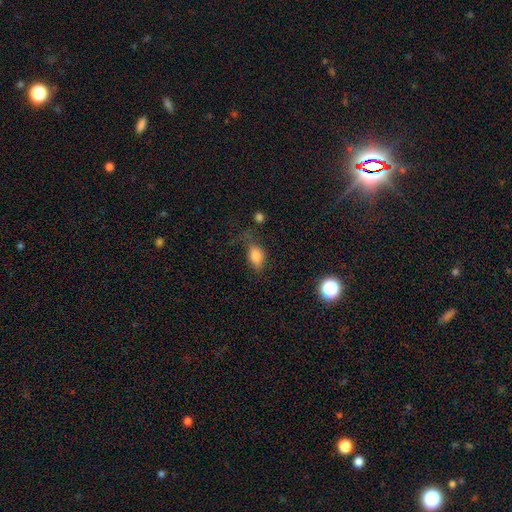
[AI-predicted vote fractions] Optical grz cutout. It shows a smooth galaxy with no disk features (82%) that is in between round and cigar-shaped (88%). Merging: none (47%).